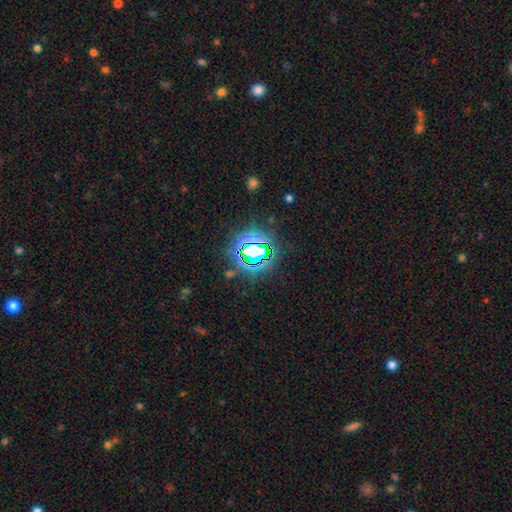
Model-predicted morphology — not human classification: This appears to be a star or artifact, not a galaxy (75%).